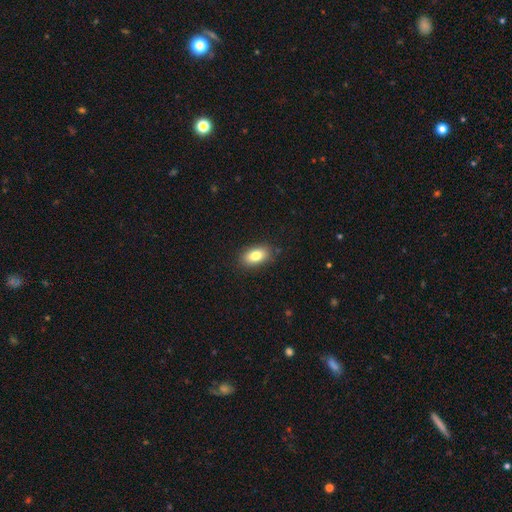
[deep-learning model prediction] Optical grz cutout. It shows a smooth galaxy with no disk features (82%) that is in between round and cigar-shaped (90%). Merging: none (87%).